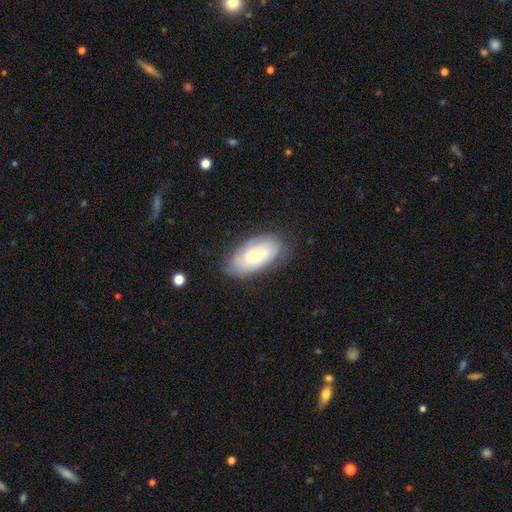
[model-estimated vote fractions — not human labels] Smooth or featured? Predicted: featured or disk (p=0.59). Edge-on disk? Predicted: no (p=0.93). Bar? Predicted: no (p=0.81). Spiral arms? Predicted: yes (p=0.77). Bulge size? Predicted: small (p=0.62). Merging? Predicted: none (p=0.76).